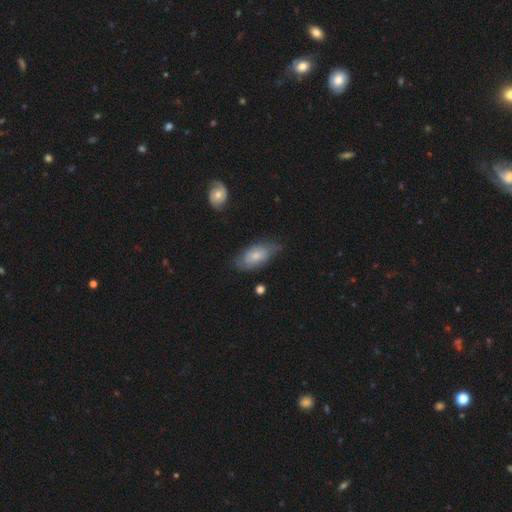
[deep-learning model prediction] Smooth or featured? smooth (67%)
How rounded? in between (89%)
Merging? none (62%)